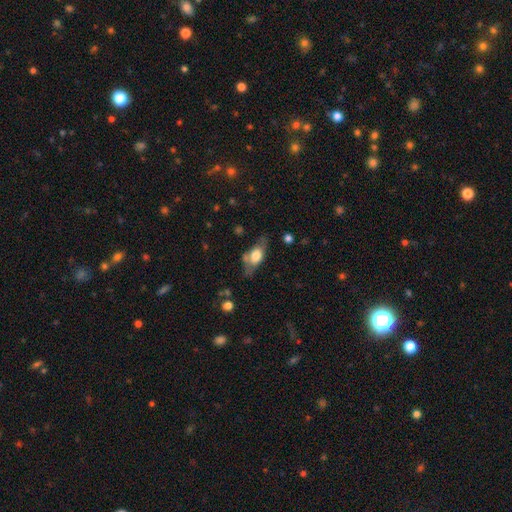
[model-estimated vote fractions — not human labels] Smooth or featured: smooth — 60% (featured or disk — 33%)
How rounded: in between — 80% (cigar-shaped — 13%)
Merging: none — 56% (minor disturbance — 27%)